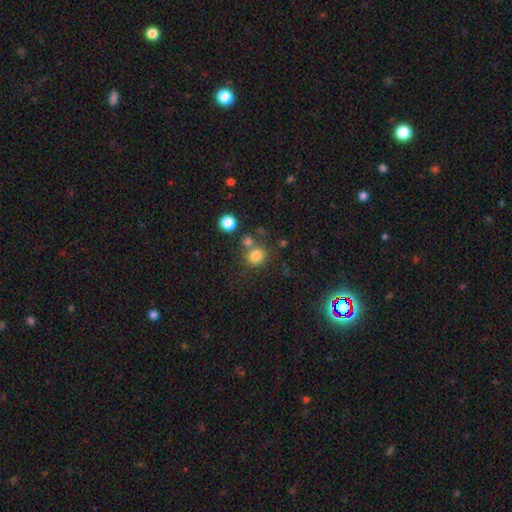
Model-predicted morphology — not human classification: Q: Smooth or featured?
A: smooth (80%); runner-up: star or artifact (14%)
Q: How rounded?
A: round (79%); runner-up: in between (20%)
Q: Merging?
A: none (66%); runner-up: merger (20%)